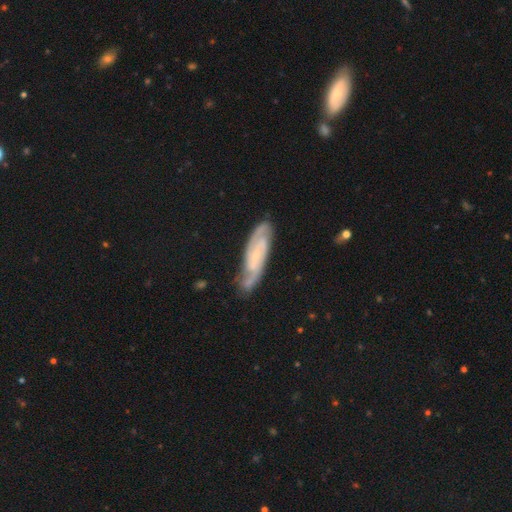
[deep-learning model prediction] A featured or disk galaxy (81%) with no bar (49%), 2 (66%) tight (50%) spiral arms (96%) and a small central bulge (68%). Merging: none (76%).